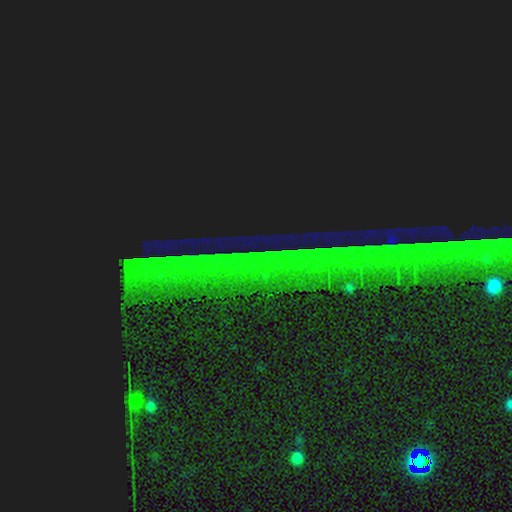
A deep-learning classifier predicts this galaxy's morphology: A star or artifact, not a galaxy (88%).

Vote fractions:
- Smooth or featured? star or artifact: 88% / featured or disk: 6% / smooth: 6%